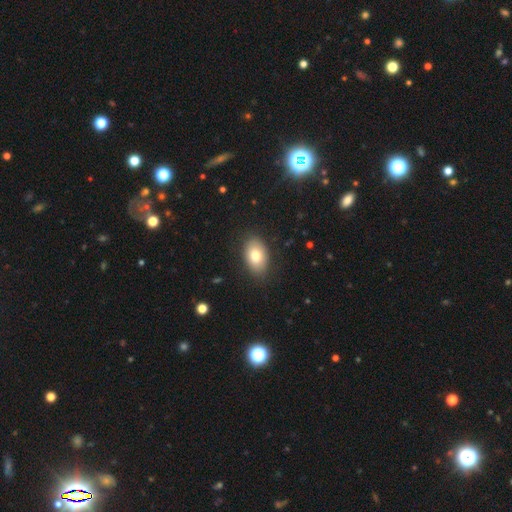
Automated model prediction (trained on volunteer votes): A smooth galaxy with no disk features (79%) that is in between round and cigar-shaped (90%). Merging: none (86%).